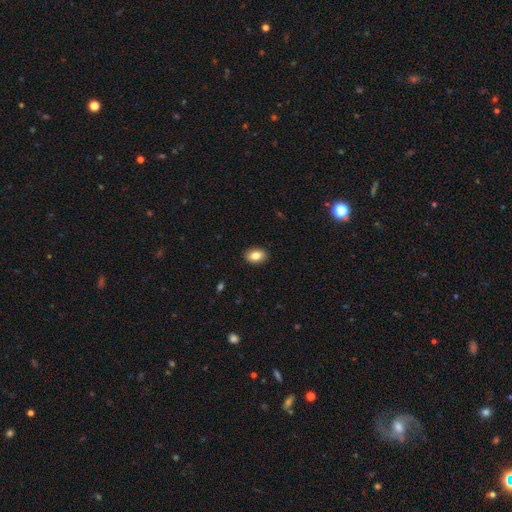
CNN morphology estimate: Smooth or featured: smooth — 84% (featured or disk — 8%)
How rounded: in between — 81% (round — 17%)
Merging: none — 90% (minor disturbance — 7%)